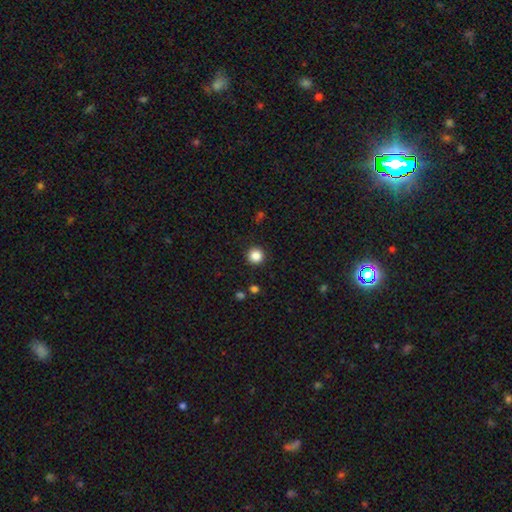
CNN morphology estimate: This appears to be a smooth galaxy with no disk features (85%) that is round (96%). Merging: none (93%).